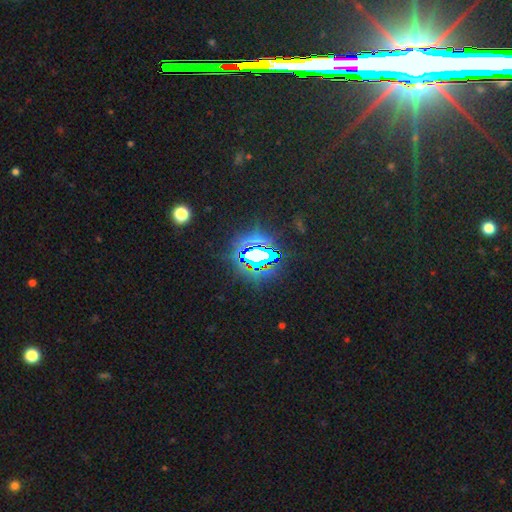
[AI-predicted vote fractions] Smooth or featured?
  - star or artifact: 76% *
  - smooth: 14%
  - featured or disk: 10%